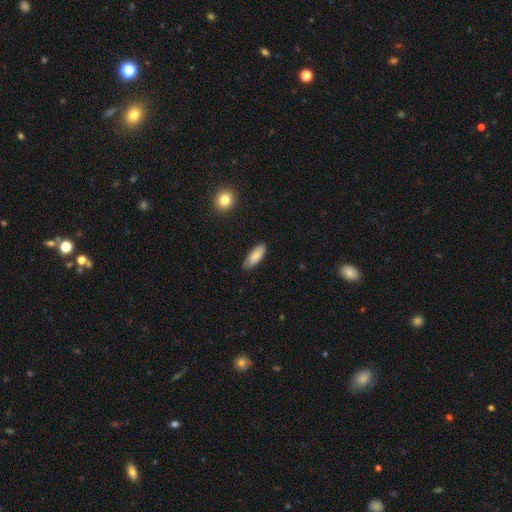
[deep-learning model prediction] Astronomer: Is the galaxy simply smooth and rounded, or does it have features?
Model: smooth — 85%.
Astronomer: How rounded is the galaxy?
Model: in between — 74%.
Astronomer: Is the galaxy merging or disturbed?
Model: none — 83%.